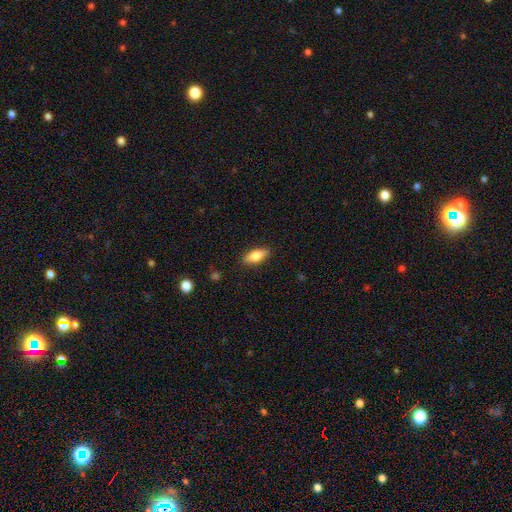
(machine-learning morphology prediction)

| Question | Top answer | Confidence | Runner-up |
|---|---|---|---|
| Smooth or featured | smooth | 70% | featured or disk (23%) |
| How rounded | in between | 71% | cigar-shaped (26%) |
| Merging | none | 86% | minor disturbance (10%) |